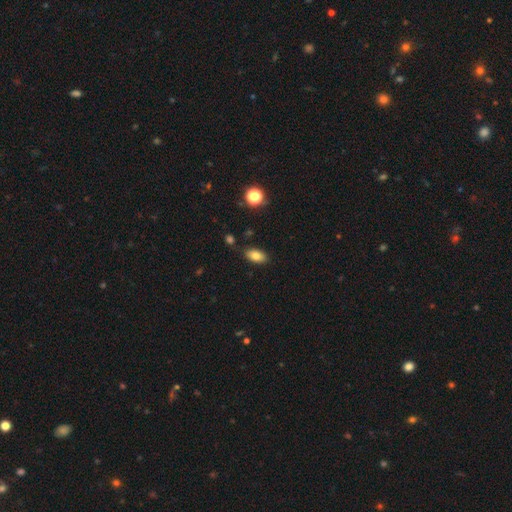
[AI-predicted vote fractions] Morphology: type=smooth (82%); roundness=in between (91%); merging=none (84%).